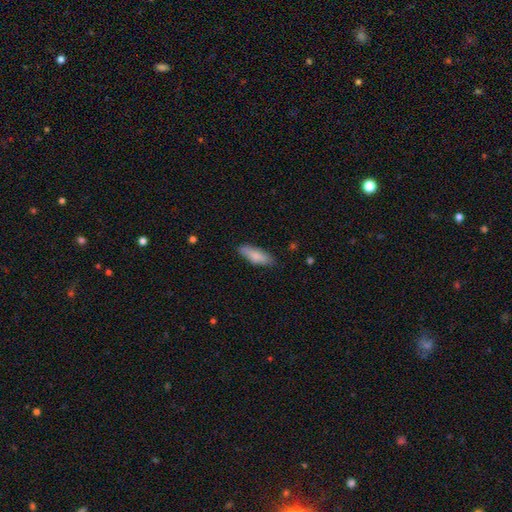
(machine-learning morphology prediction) Smooth or featured? Predicted: smooth (p=0.79). How rounded? Predicted: in between (p=0.54). Merging? Predicted: none (p=0.82).